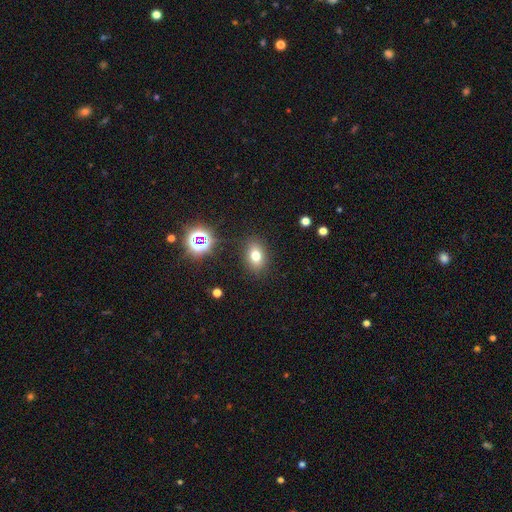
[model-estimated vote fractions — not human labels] Smooth or featured?
  - smooth: 71% *
  - star or artifact: 17%
  - featured or disk: 12%
How rounded?
  - in between: 73% *
  - round: 25%
  - cigar-shaped: 2%
Merging?
  - none: 86% *
  - minor disturbance: 9%
  - major disturbance: 3%
  - merger: 2%